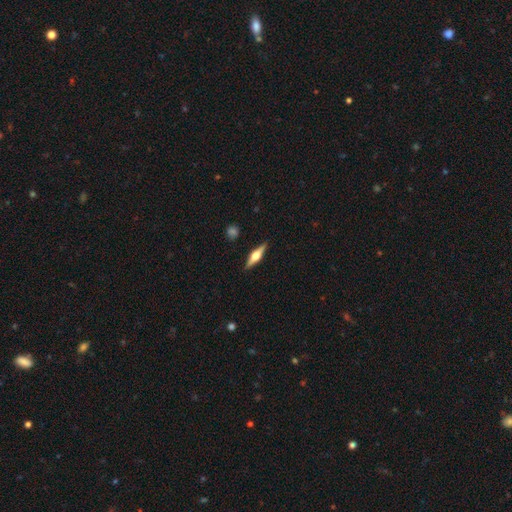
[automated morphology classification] Smooth or featured: featured or disk — 70% (smooth — 25%)
Edge-on disk: yes — 97% (no — 3%)
Edge-on bulge: rounded — 93% (boxy — 5%)
Merging: none — 90% (minor disturbance — 7%)